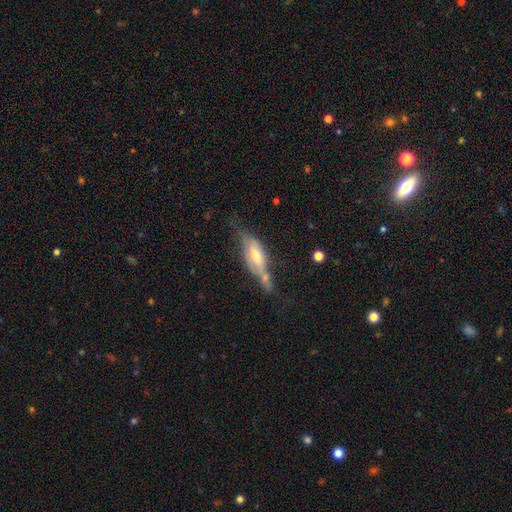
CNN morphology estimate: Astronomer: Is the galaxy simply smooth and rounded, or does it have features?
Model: featured or disk — 56% (runner-up: smooth, 36%).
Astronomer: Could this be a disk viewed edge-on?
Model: yes — 65%.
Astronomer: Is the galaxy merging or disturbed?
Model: none — 38% (runner-up: minor disturbance, 26%).